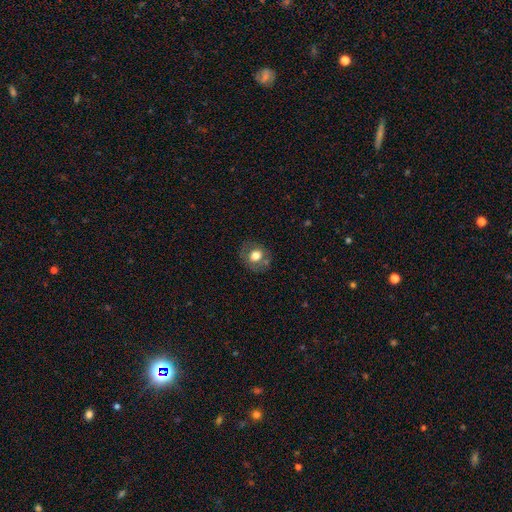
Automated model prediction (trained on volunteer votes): Smooth or featured?
  - smooth: 69% *
  - featured or disk: 21%
  - star or artifact: 10%
How rounded?
  - round: 75% *
  - in between: 24%
  - cigar-shaped: 1%
Merging?
  - none: 74% *
  - minor disturbance: 16%
  - major disturbance: 5%
  - merger: 4%